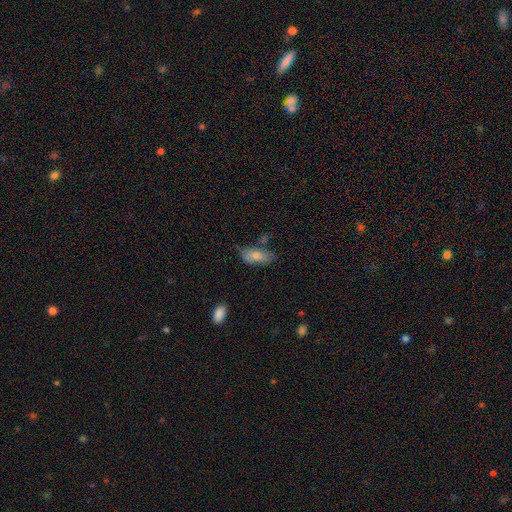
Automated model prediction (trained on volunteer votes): This is likely a smooth galaxy (76%). How rounded: clearly in between (88%). Merging: possibly none (55%).